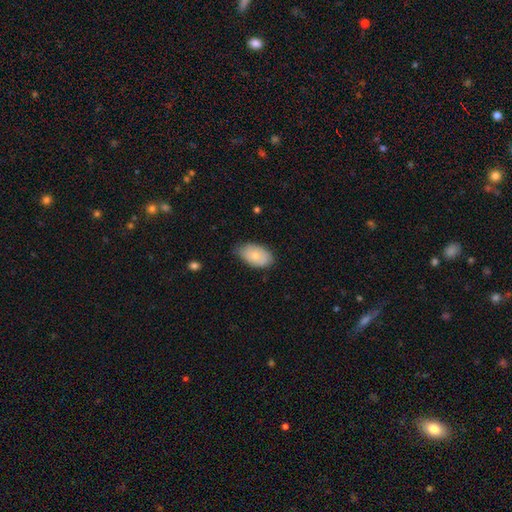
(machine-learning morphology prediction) This is likely a smooth galaxy (78%). How rounded: clearly in between (93%). Merging: likely none (68%).